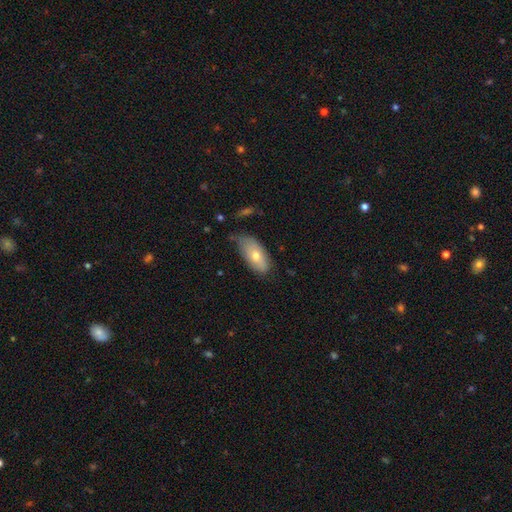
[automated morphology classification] Smooth or featured: smooth — 71% (featured or disk — 22%)
How rounded: in between — 90% (cigar-shaped — 7%)
Merging: none — 60% (minor disturbance — 31%)